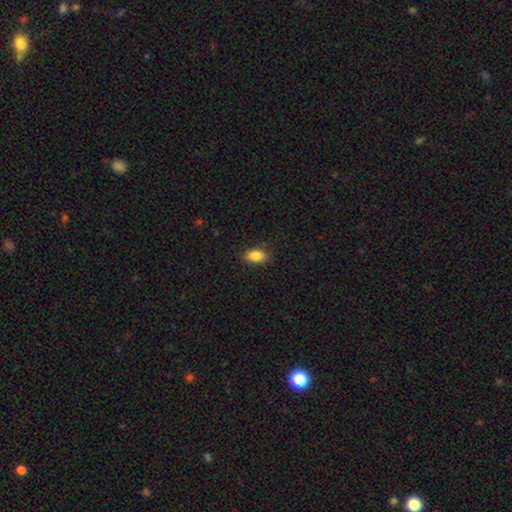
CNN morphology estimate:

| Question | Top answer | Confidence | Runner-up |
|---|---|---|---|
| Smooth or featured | smooth | 86% | star or artifact (8%) |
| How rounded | in between | 89% | round (8%) |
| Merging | none | 84% | minor disturbance (13%) |